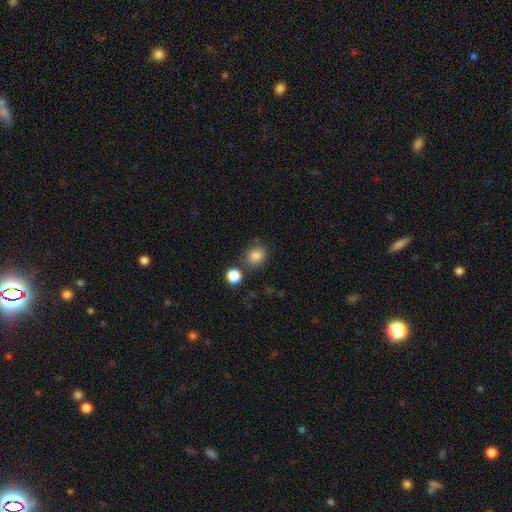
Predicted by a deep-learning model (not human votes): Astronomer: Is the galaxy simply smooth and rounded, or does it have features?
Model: smooth — 85%.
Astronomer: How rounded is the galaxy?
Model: round — 70%.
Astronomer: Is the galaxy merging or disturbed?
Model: none — 75%.